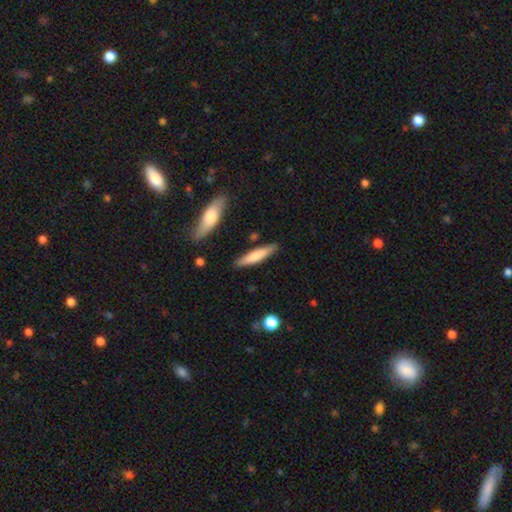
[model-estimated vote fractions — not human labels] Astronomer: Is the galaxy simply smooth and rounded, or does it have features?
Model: smooth — 70%.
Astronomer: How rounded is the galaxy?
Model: cigar-shaped — 83%.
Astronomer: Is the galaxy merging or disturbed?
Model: none — 85%.